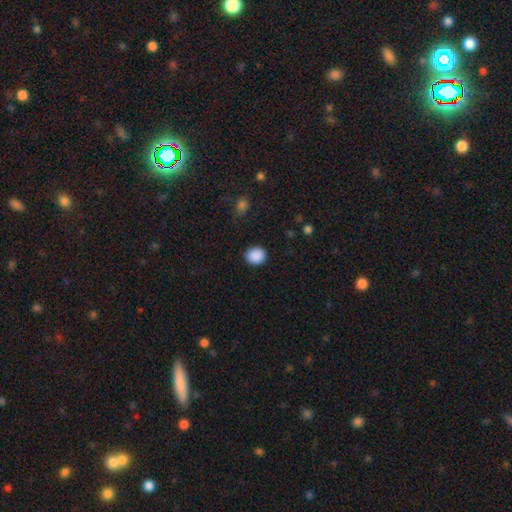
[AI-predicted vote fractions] Smooth or featured? smooth (89%)
How rounded? round (79%)
Merging? none (90%)